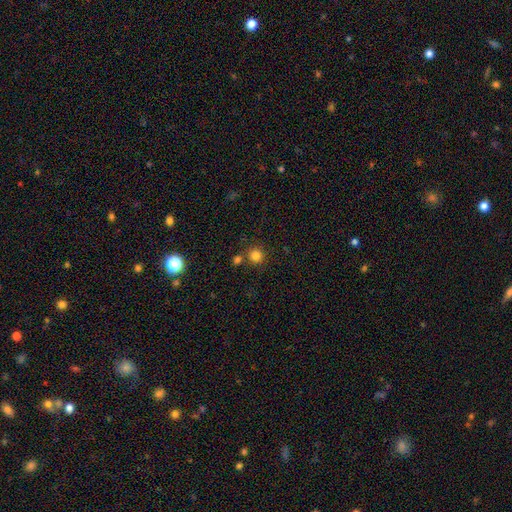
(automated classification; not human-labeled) The model was most divided on "merging": none: 78%, merger: 13%, minor disturbance: 7%, major disturbance: 3%. More confident: how rounded — round (93%); smooth or featured — smooth (82%).